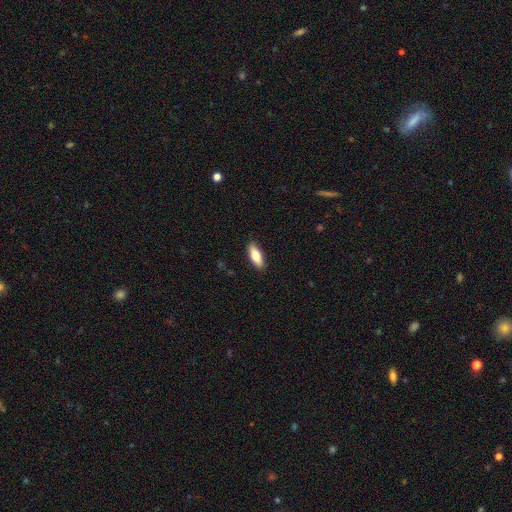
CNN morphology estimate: Smooth or featured?
  - smooth: 78% *
  - featured or disk: 17%
  - star or artifact: 6%
How rounded?
  - in between: 68% *
  - cigar-shaped: 29%
  - round: 2%
Merging?
  - none: 89% *
  - minor disturbance: 8%
  - major disturbance: 2%
  - merger: 1%